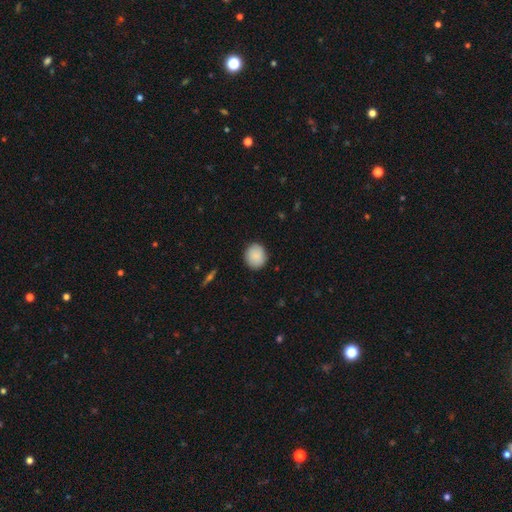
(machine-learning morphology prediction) Q: Smooth or featured?
A: smooth (89%); runner-up: star or artifact (7%)
Q: How rounded?
A: round (78%); runner-up: in between (21%)
Q: Merging?
A: none (89%); runner-up: minor disturbance (8%)